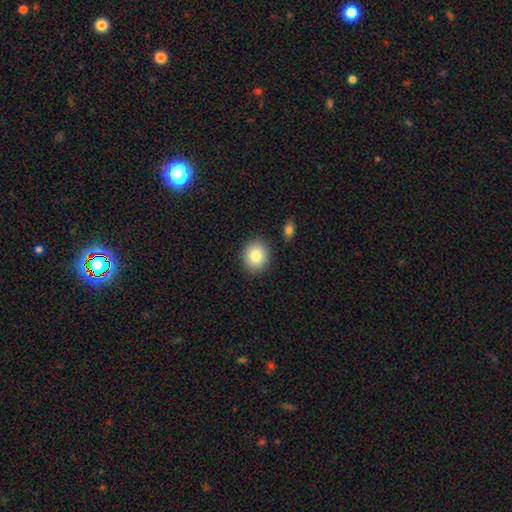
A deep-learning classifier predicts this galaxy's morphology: Smooth or featured: smooth — 84% (star or artifact — 8%)
How rounded: round — 70% (in between — 29%)
Merging: none — 87% (minor disturbance — 8%)